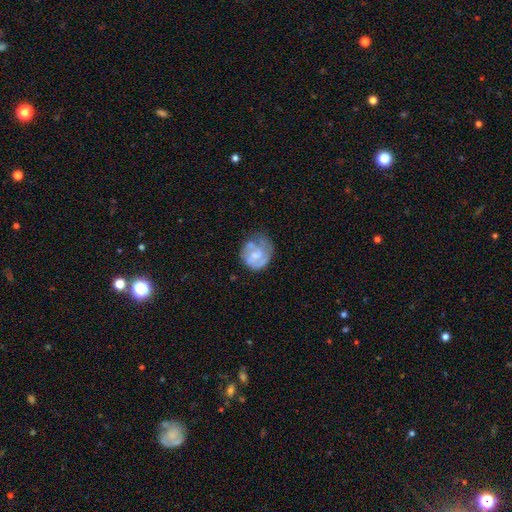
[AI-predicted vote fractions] Morphology: type=featured or disk (59%); edge-on=no (98%); bar=no (59%); spiral arms=yes (64%); bulge=small (38%); merging=none (46%).